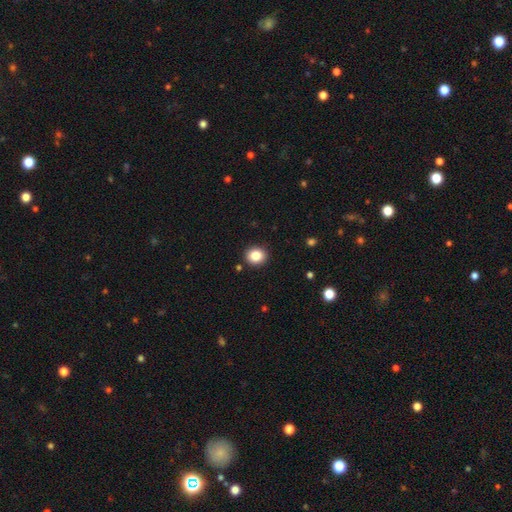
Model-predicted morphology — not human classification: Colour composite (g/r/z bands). It shows a smooth galaxy with no disk features (85%) that is round (78%). Merging: none (91%).